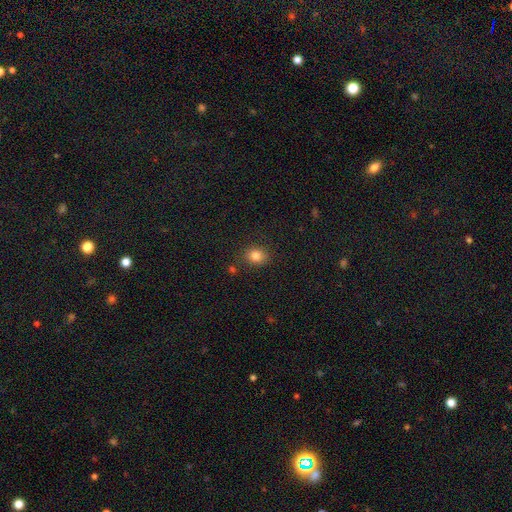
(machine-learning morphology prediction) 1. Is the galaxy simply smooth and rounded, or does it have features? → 81% smooth, 12% star or artifact, 6% featured or disk.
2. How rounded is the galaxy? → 67% round, 32% in between, 1% cigar-shaped.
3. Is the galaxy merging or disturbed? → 85% none, 10% minor disturbance, 3% merger, 3% major disturbance.